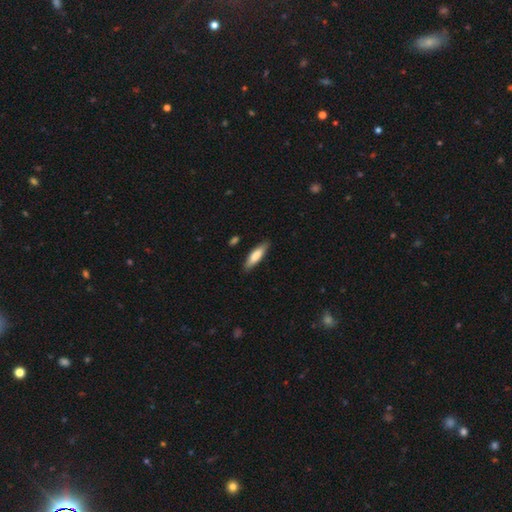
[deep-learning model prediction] Q: Smooth or featured?
A: smooth (77%); runner-up: featured or disk (17%)
Q: How rounded?
A: cigar-shaped (65%); runner-up: in between (33%)
Q: Merging?
A: none (86%); runner-up: minor disturbance (11%)